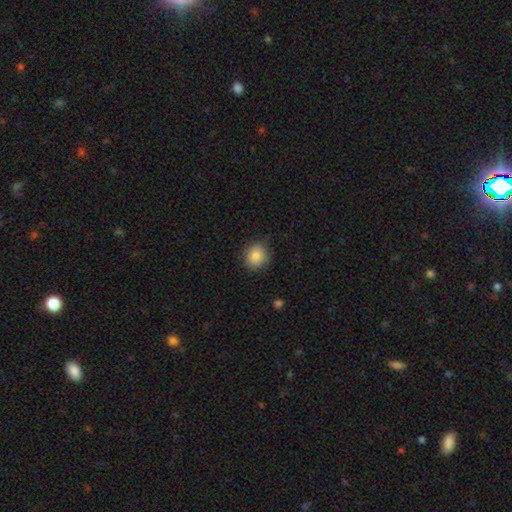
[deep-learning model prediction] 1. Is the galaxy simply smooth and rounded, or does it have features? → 84% smooth, 10% star or artifact, 6% featured or disk.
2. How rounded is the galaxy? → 85% round, 14% in between, 1% cigar-shaped.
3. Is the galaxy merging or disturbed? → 86% none, 11% minor disturbance, 3% major disturbance, 1% merger.